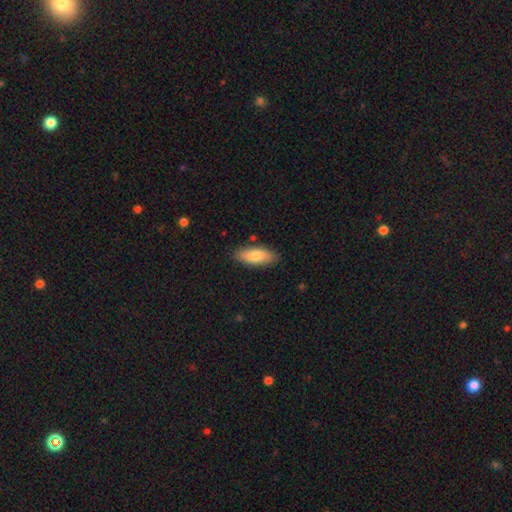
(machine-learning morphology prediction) smooth 78%, featured or disk 16%, star or artifact 6%. Down the decision tree: how rounded — in between (76%); merging — none (86%).